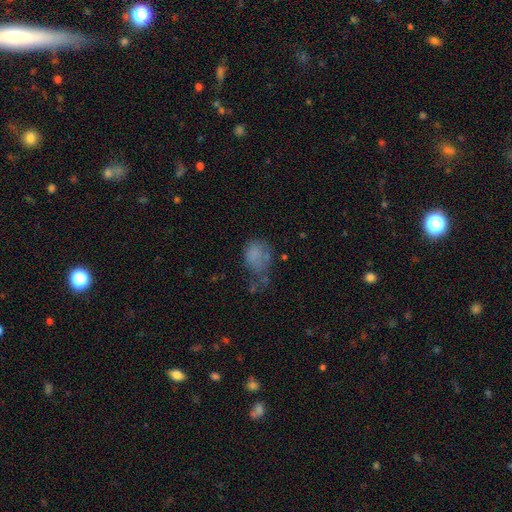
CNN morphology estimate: smooth 68%, featured or disk 18%, star or artifact 13%. Down the decision tree: how rounded — in between (67%); merging — major disturbance (36%).